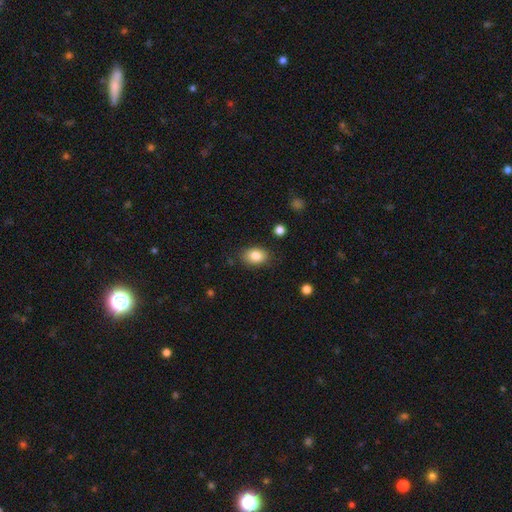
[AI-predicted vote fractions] A smooth galaxy with no disk features (85%) that is in between round and cigar-shaped (77%). Merging: none (82%).